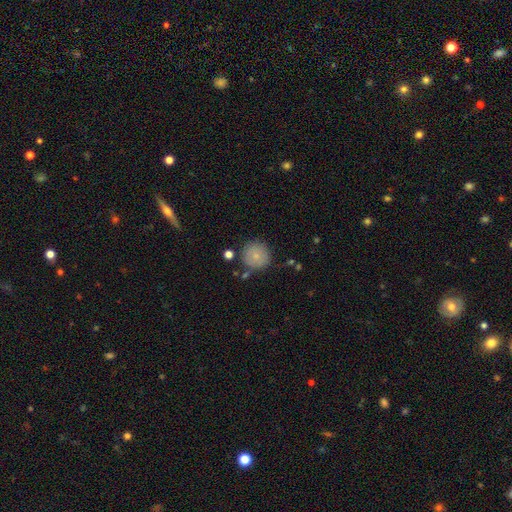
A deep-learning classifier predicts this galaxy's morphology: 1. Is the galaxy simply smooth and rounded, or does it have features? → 79% smooth, 12% featured or disk, 9% star or artifact.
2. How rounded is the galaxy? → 94% round, 5% in between, 1% cigar-shaped.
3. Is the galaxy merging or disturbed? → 80% none, 13% minor disturbance, 4% merger, 3% major disturbance.